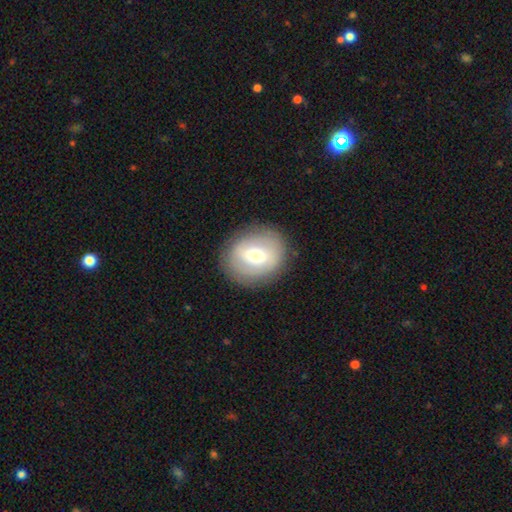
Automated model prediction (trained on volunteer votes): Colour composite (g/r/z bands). It shows a smooth galaxy with no disk features (49%). Merging: none (85%).